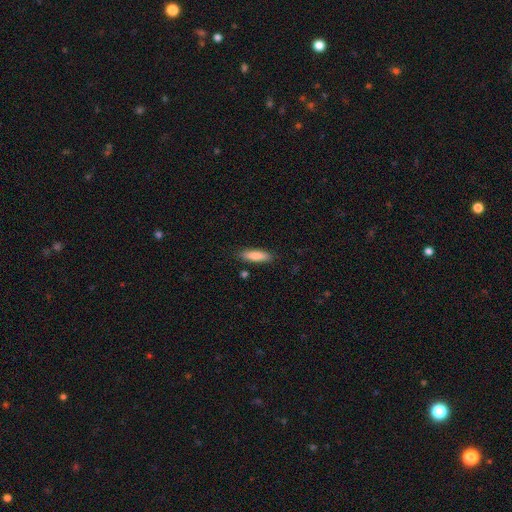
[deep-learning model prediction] A smooth galaxy with no disk features (86%) that is cigar-shaped (58%). Merging: none (86%).